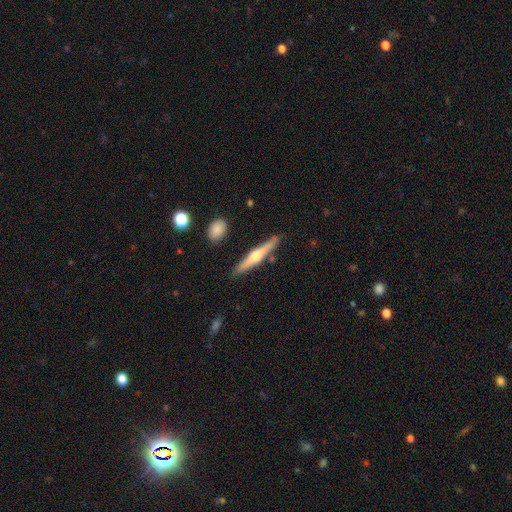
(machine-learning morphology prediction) A featured or disk galaxy (62%) viewed edge-on (97%) with a rounded central bulge (89%).

Vote fractions:
- Smooth or featured? featured or disk: 62% / smooth: 32% / star or artifact: 6%
- Edge-on disk? yes: 97% / no: 3%
- Edge-on bulge? rounded: 89% / boxy: 6% / none: 5%
- Merging? none: 85% / minor disturbance: 10% / merger: 3% / major disturbance: 2%